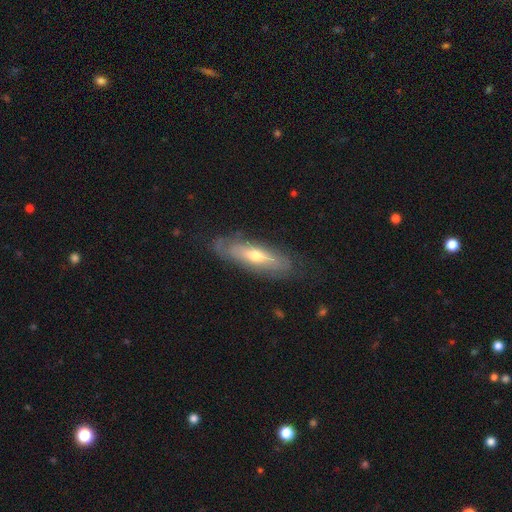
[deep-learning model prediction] Smooth or featured? featured or disk (58%)
Edge-on disk? no (57%)
Merging? none (72%)